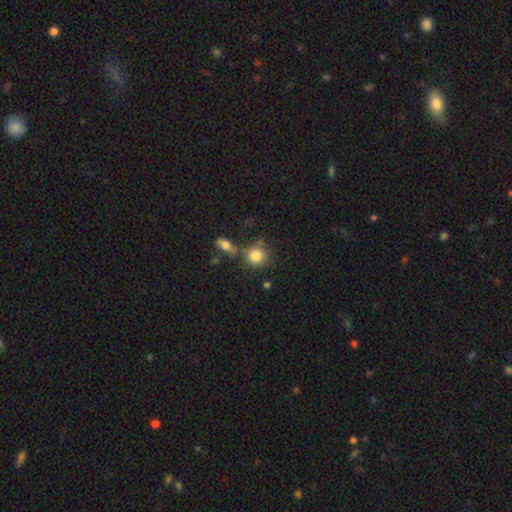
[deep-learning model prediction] smooth_or_featured: smooth (p=0.82) [alt: star or artifact p=0.10]
how_rounded: round (p=0.86) [alt: in between p=0.13]
merging: none (p=0.63) [alt: merger p=0.19]